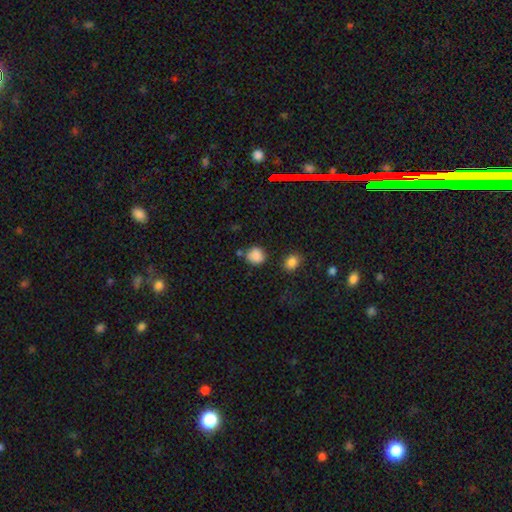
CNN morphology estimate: smooth-or-featured: smooth: 85% | star or artifact: 11% | featured or disk: 4%
  how-rounded: round: 81% | in between: 18% | cigar-shaped: 1%
  merging: none: 70% | minor disturbance: 16% | merger: 9% | major disturbance: 5%